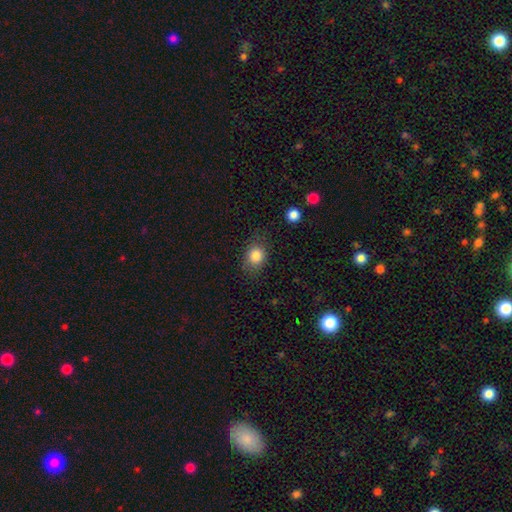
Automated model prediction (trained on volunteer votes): This is clearly a smooth galaxy (84%). How rounded: possibly round (54%). Merging: likely none (76%).